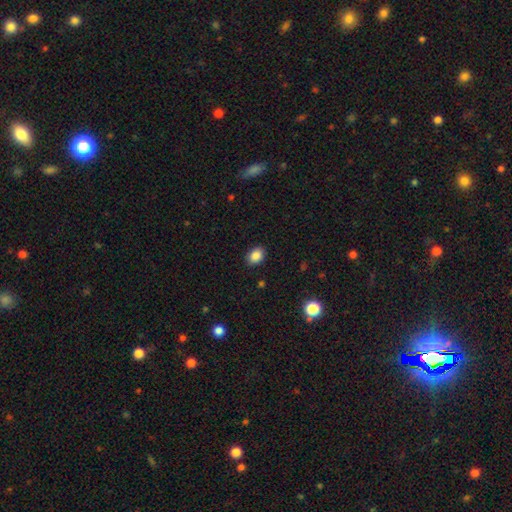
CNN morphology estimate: Smooth or featured? Predicted: smooth (p=0.87). How rounded? Predicted: in between (p=0.71). Merging? Predicted: none (p=0.88).